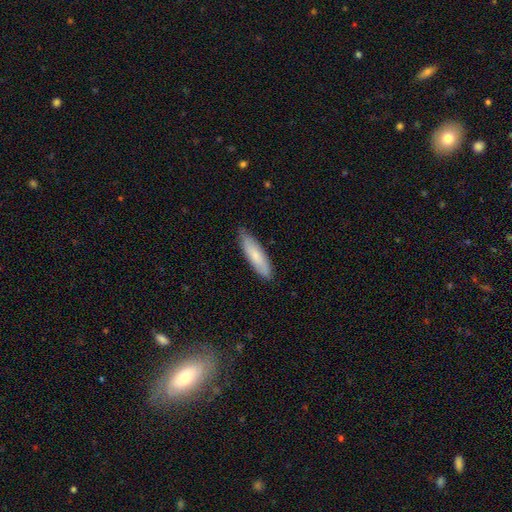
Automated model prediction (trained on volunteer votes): smooth_or_featured: smooth (p=0.75) [alt: featured or disk p=0.20]
how_rounded: cigar-shaped (p=0.63) [alt: in between p=0.36]
merging: none (p=0.83) [alt: minor disturbance p=0.14]